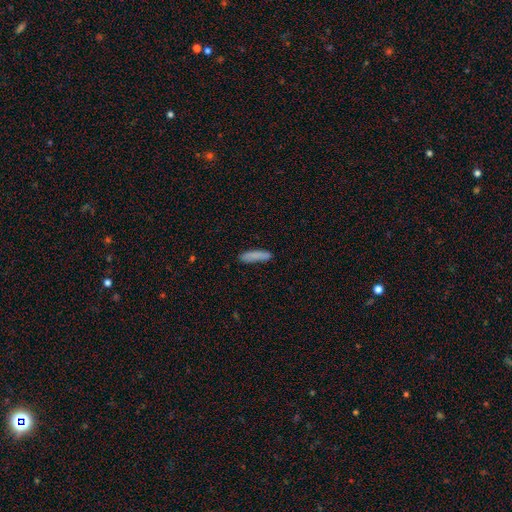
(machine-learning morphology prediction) Smooth or featured: smooth — 85% (featured or disk — 8%)
How rounded: cigar-shaped — 80% (in between — 19%)
Merging: none — 81% (minor disturbance — 14%)